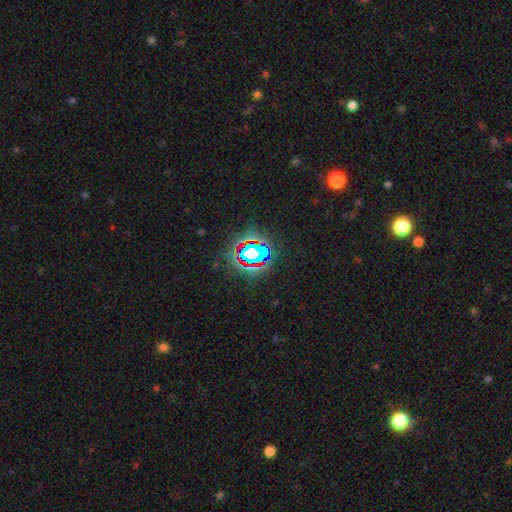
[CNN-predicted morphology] The model was most divided on "smooth or featured": star or artifact: 74%, smooth: 15%, featured or disk: 11%.